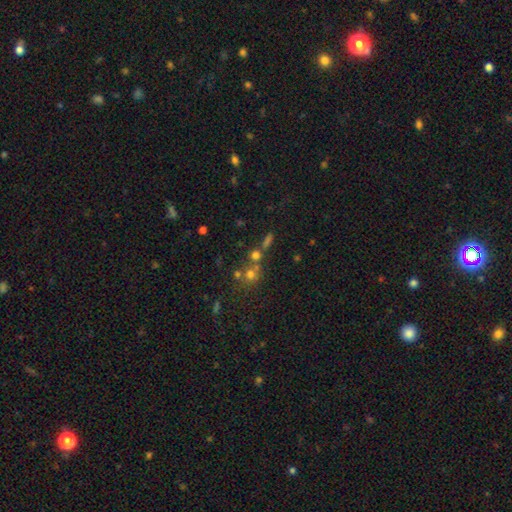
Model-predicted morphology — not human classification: smooth_or_featured: smooth (p=0.58) [alt: star or artifact p=0.26]
how_rounded: round (p=0.75) [alt: in between p=0.20]
merging: none (p=0.52) [alt: merger p=0.34]